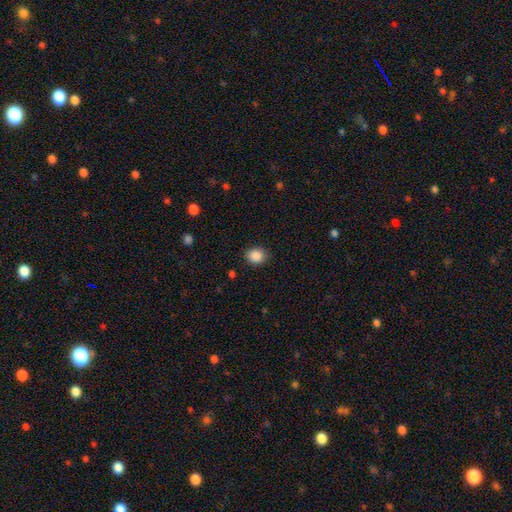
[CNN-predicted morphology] Q: Smooth or featured?
A: smooth (88%); runner-up: star or artifact (9%)
Q: How rounded?
A: round (65%); runner-up: in between (35%)
Q: Merging?
A: none (86%); runner-up: minor disturbance (10%)